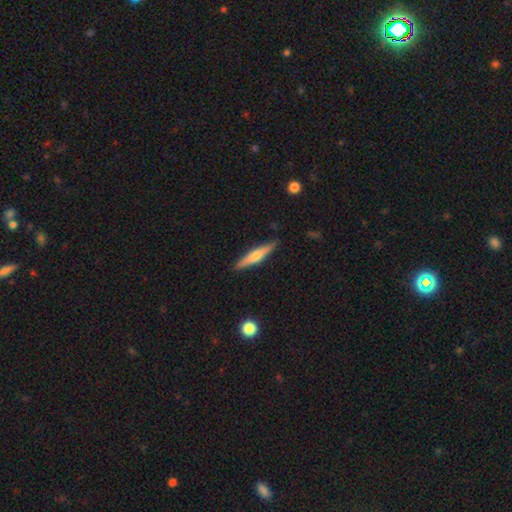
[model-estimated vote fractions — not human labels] The model was most divided on "smooth or featured": featured or disk: 49%, smooth: 46%, star or artifact: 6%. More confident: merging — none (89%).